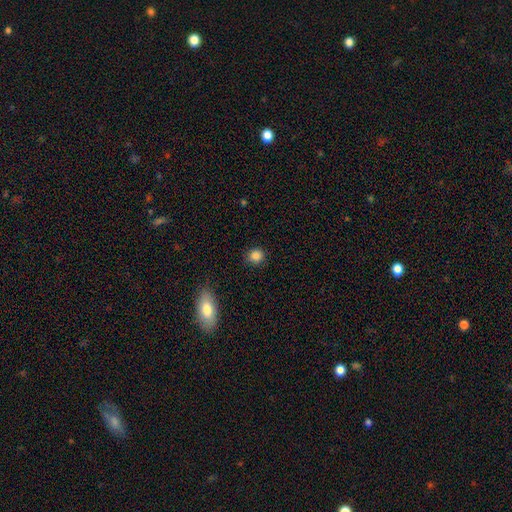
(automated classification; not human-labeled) Smooth or featured: smooth — 85% (star or artifact — 11%)
How rounded: round — 85% (in between — 14%)
Merging: none — 89% (minor disturbance — 8%)